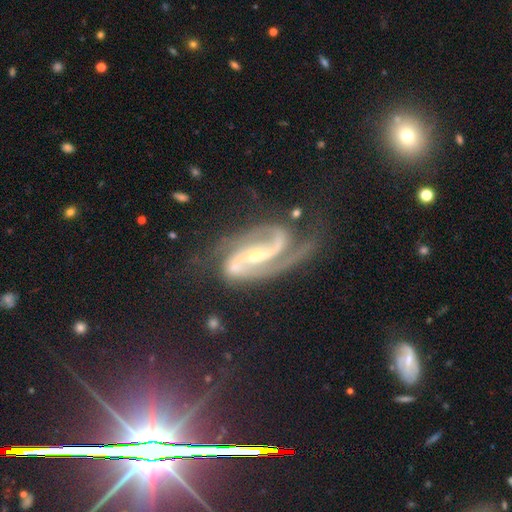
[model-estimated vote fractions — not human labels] Smooth or featured: featured or disk — 91% (star or artifact — 5%)
Edge-on disk: no — 97% (yes — 3%)
Bar: strong — 48% (weak — 35%)
Spiral arms: yes — 98% (no — 2%)
Spiral winding: medium — 55% (loose — 23%)
Spiral arm count: 2 — 89% (1 — 3%)
Bulge size: small — 55% (moderate — 39%)
Merging: none — 57% (minor disturbance — 21%)